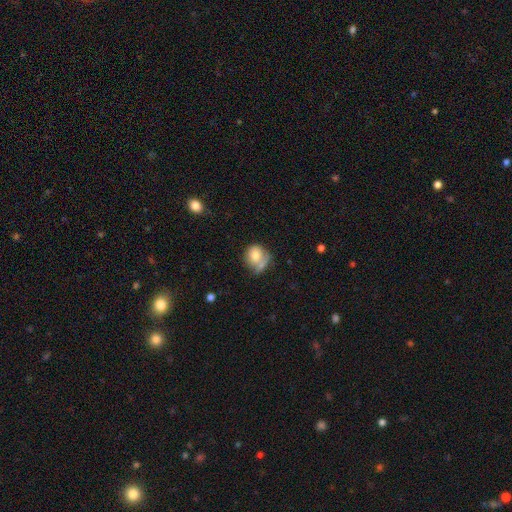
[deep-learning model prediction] This is likely a smooth galaxy (73%). How rounded: likely round (70%). Merging: marginally none (36%).